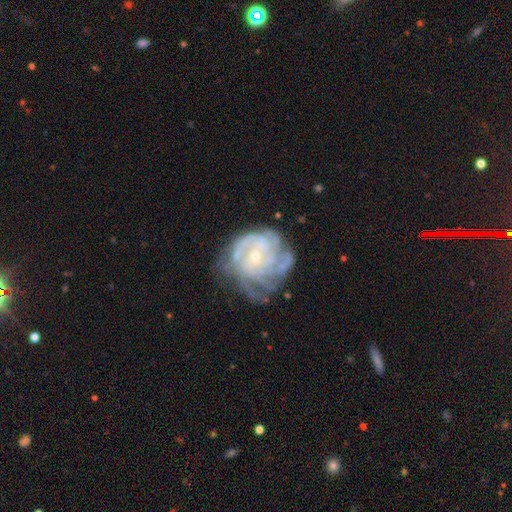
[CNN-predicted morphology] type=featured or disk (85%); edge-on=no (98%); bar=no (73%); spiral arms=yes (93%); winding=tight (66%); arm count=can't tell (32%); bulge=small (76%); merging=none (53%).